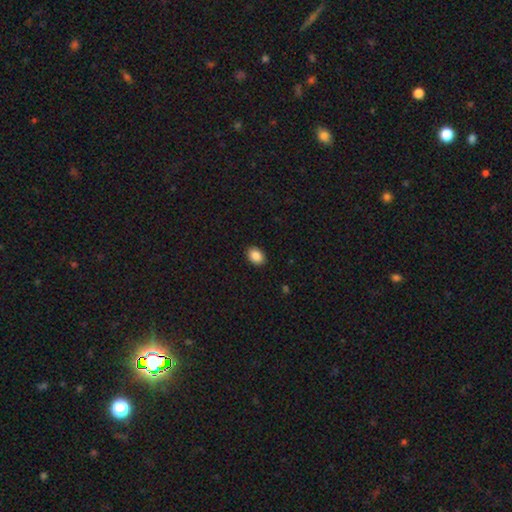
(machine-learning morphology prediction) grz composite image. It shows a smooth galaxy with no disk features (88%) that is in between round and cigar-shaped (76%). Merging: none (90%).